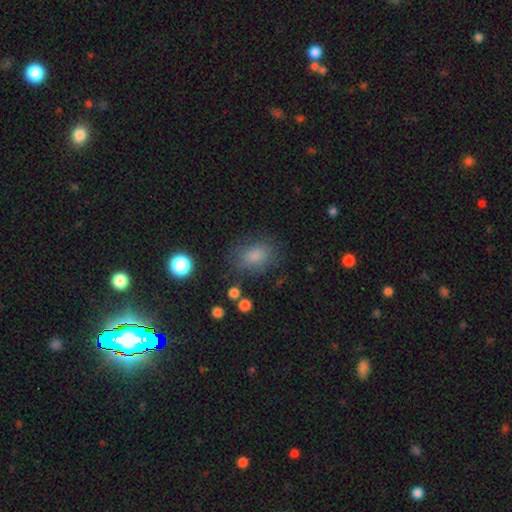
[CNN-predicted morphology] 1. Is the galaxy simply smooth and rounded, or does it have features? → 76% smooth, 14% star or artifact, 10% featured or disk.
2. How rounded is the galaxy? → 72% in between, 27% round, 2% cigar-shaped.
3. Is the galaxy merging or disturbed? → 73% none, 17% minor disturbance, 7% major disturbance, 2% merger.